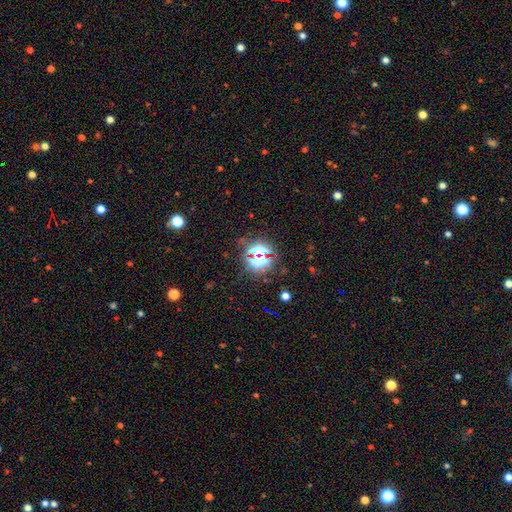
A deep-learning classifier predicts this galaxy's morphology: This is likely a star or artifact rather than a galaxy (75%).